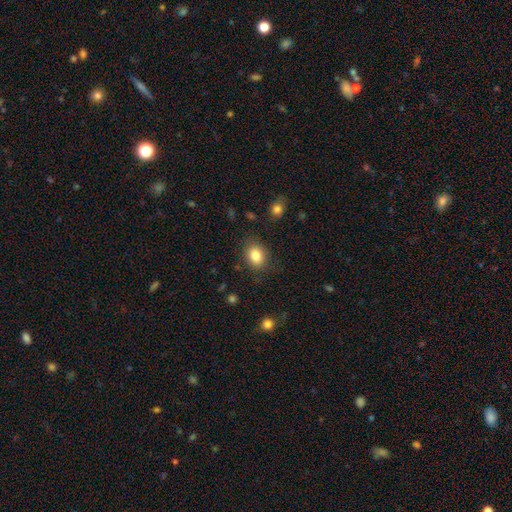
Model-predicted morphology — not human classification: Smooth or featured: smooth — 84% (star or artifact — 9%)
How rounded: in between — 64% (round — 35%)
Merging: none — 82% (minor disturbance — 12%)